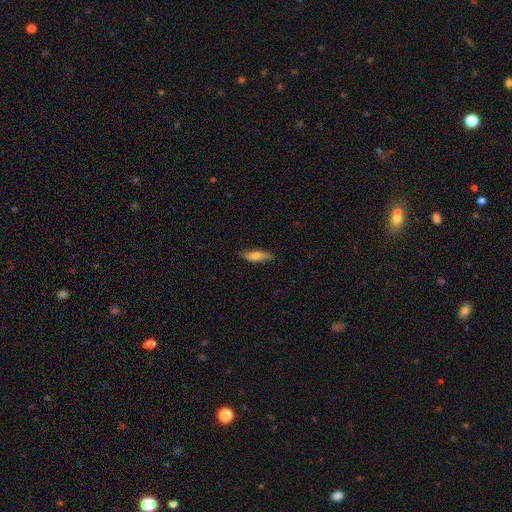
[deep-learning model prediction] The model was most divided on "how rounded": cigar-shaped: 55%, in between: 43%, round: 2%. More confident: merging — none (82%); smooth or featured — smooth (73%).